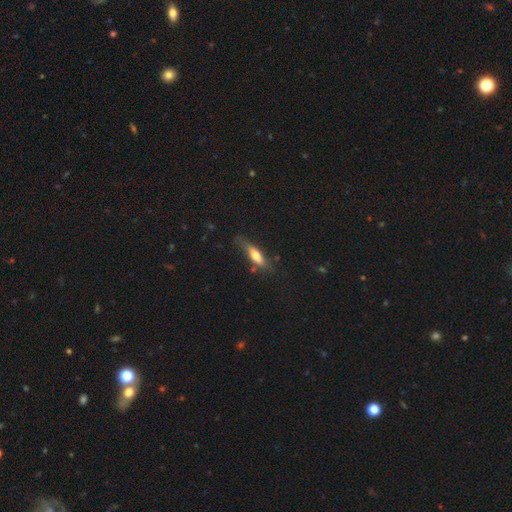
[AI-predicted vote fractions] Smooth or featured: smooth — 59% (featured or disk — 34%)
How rounded: cigar-shaped — 59% (in between — 38%)
Merging: none — 64% (minor disturbance — 25%)